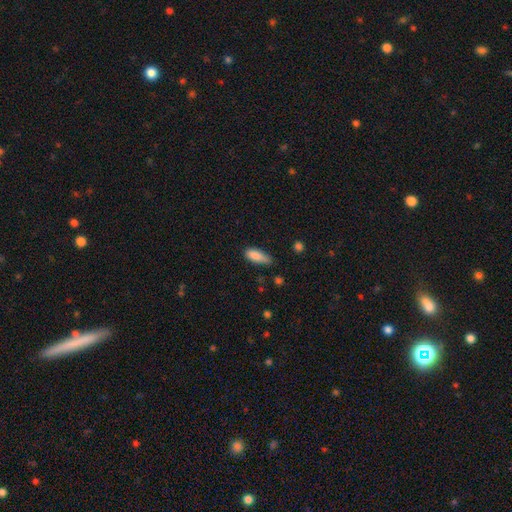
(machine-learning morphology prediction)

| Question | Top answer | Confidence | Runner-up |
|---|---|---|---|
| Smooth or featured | smooth | 86% | star or artifact (8%) |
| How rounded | in between | 73% | cigar-shaped (25%) |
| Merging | none | 53% | minor disturbance (37%) |